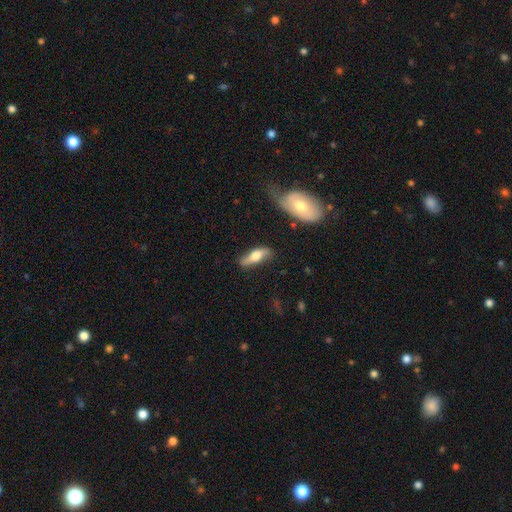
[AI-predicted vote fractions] Smooth or featured?
  - smooth: 52% *
  - featured or disk: 42%
  - star or artifact: 6%
How rounded?
  - in between: 51% *
  - cigar-shaped: 46%
  - round: 3%
Merging?
  - none: 74% *
  - minor disturbance: 19%
  - major disturbance: 5%
  - merger: 3%